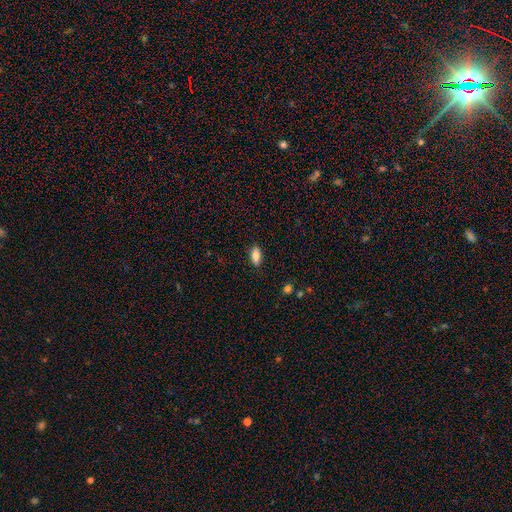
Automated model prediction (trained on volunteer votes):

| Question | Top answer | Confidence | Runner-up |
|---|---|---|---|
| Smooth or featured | smooth | 82% | featured or disk (10%) |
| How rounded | in between | 85% | cigar-shaped (12%) |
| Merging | none | 87% | minor disturbance (9%) |